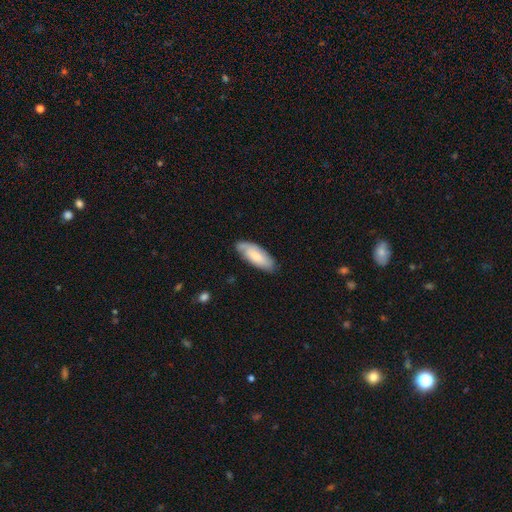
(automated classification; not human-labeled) Smooth or featured?
  - smooth: 65% *
  - featured or disk: 30%
  - star or artifact: 6%
How rounded?
  - in between: 79% *
  - cigar-shaped: 20%
  - round: 1%
Merging?
  - none: 73% *
  - minor disturbance: 21%
  - major disturbance: 4%
  - merger: 2%